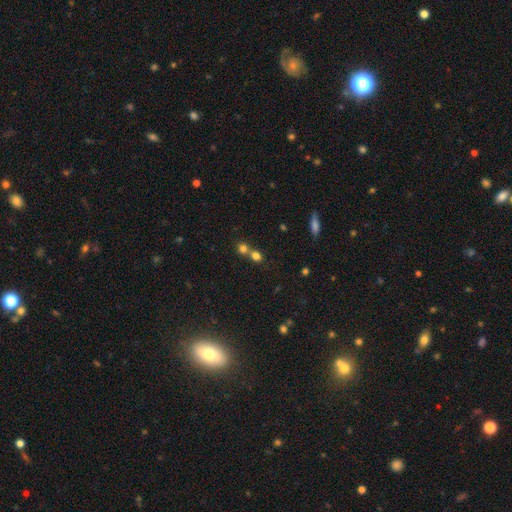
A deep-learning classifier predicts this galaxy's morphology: Overall: smooth (73%). How rounded: round (78%). Merging: merger (49%; none 42%).